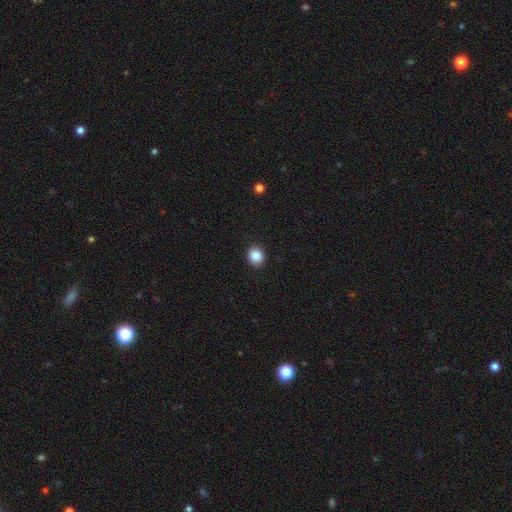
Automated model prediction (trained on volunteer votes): This is clearly a smooth galaxy (87%). How rounded: likely round (79%). Merging: clearly none (92%).